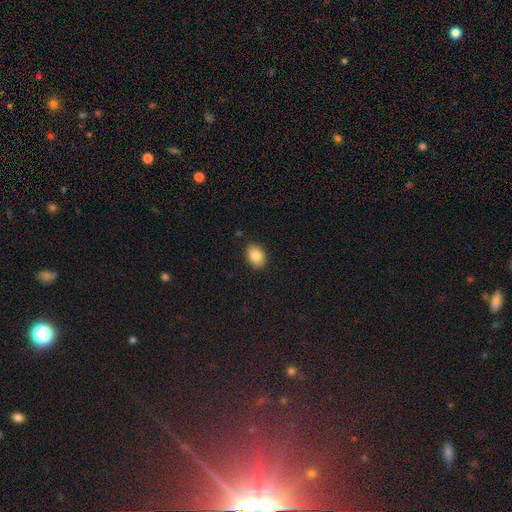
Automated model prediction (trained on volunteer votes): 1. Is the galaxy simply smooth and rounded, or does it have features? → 86% smooth, 8% star or artifact, 6% featured or disk.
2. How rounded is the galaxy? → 75% in between, 24% round, 1% cigar-shaped.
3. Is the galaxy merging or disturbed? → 89% none, 8% minor disturbance, 2% major disturbance, 1% merger.